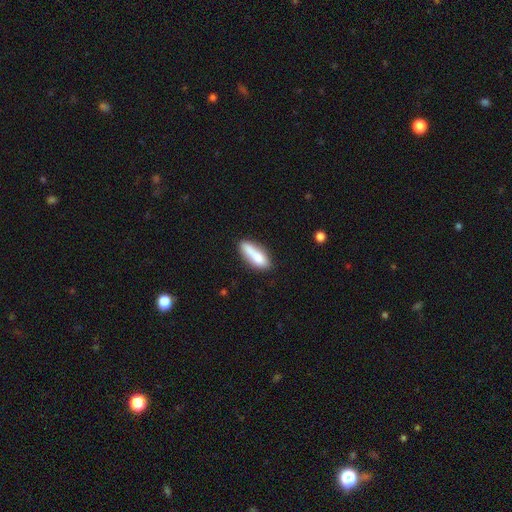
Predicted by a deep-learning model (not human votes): Overall: smooth (77%). How rounded: cigar-shaped (49%, tied with in between). Merging: none (60%; minor disturbance 21%).